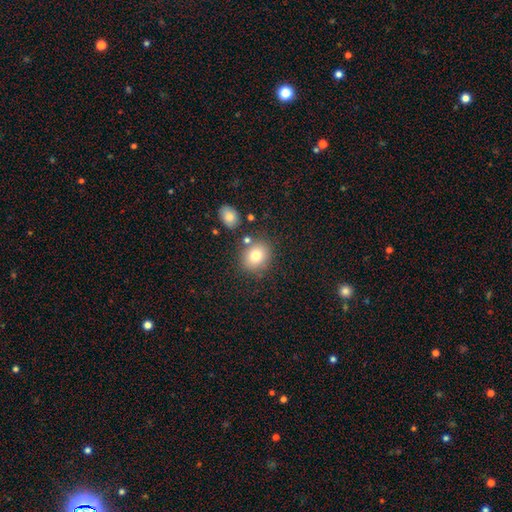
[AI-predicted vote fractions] This appears to be a smooth galaxy with no disk features (79%) that is round (68%). Merging: none (75%).